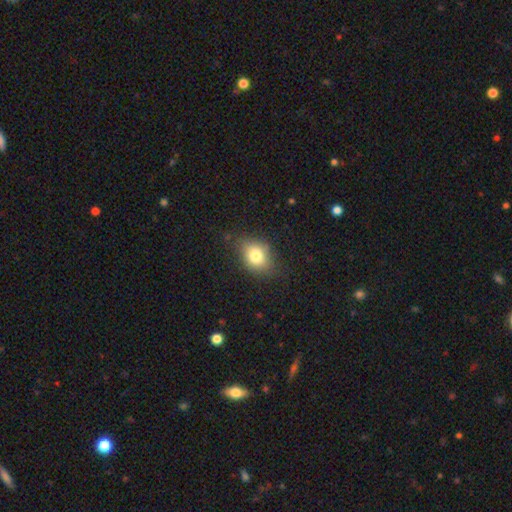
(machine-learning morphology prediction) type=smooth (78%); roundness=in between (60%); merging=none (75%).